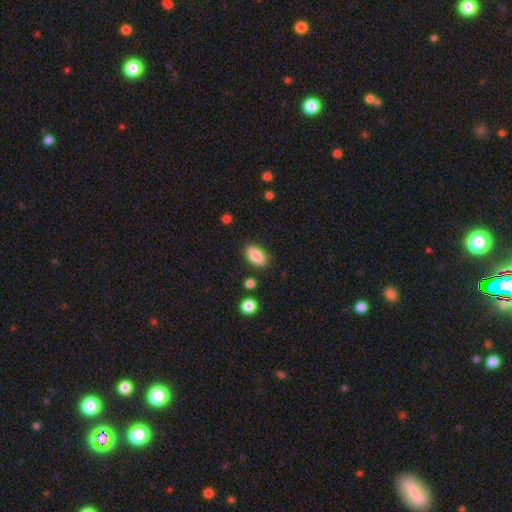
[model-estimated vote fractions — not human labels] Morphology: type=smooth (84%); roundness=in between (87%); merging=none (83%).